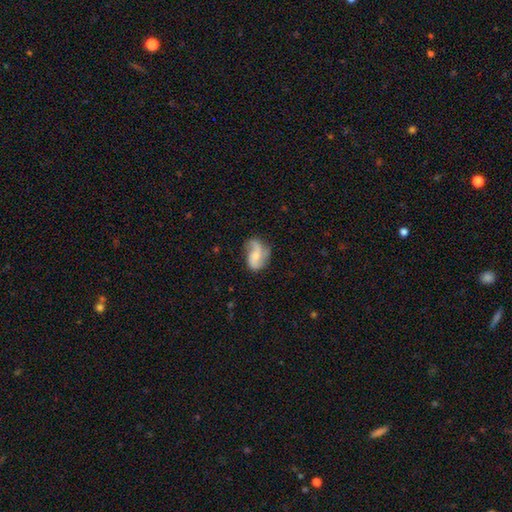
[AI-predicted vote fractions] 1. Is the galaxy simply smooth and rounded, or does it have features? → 66% featured or disk, 27% smooth, 7% star or artifact.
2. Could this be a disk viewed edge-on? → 97% no, 3% yes.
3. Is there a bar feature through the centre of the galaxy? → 57% no, 34% weak, 10% strong.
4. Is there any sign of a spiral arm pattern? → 90% yes, 10% no.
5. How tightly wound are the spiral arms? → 61% loose, 29% medium, 9% tight.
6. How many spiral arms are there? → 80% 2, 6% 1, 6% can't tell, 4% 3, 1% 4, 1% more than 4.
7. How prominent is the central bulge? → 45% moderate, 43% small, 8% none, 3% large, 1% dominant.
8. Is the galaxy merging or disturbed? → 57% none, 26% minor disturbance, 14% major disturbance, 3% merger.